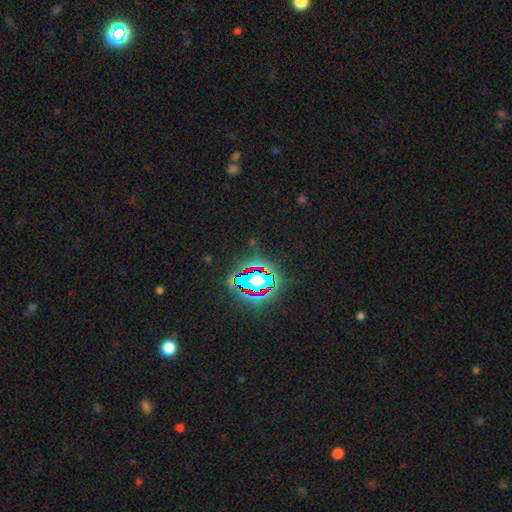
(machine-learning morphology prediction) The model was most divided on "smooth or featured": star or artifact: 77%, smooth: 13%, featured or disk: 10%.